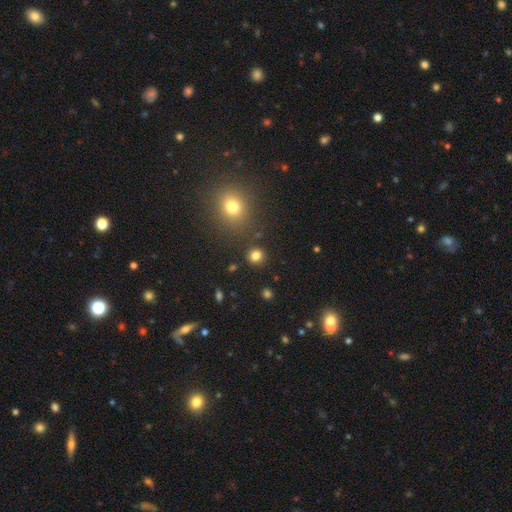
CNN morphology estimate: Q: Smooth or featured?
A: smooth (81%); runner-up: star or artifact (14%)
Q: How rounded?
A: round (87%); runner-up: in between (12%)
Q: Merging?
A: none (88%); runner-up: minor disturbance (6%)